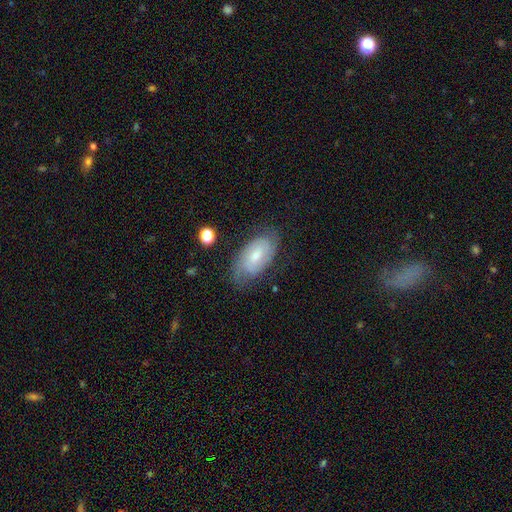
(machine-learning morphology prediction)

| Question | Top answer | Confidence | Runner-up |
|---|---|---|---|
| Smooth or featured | featured or disk | 52% | smooth (41%) |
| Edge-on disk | no | 93% | yes (7%) |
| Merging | none | 68% | minor disturbance (23%) |